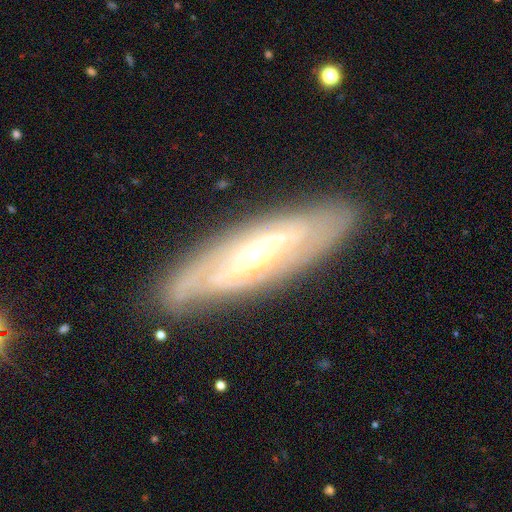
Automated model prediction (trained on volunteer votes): featured or disk 79%, smooth 15%, star or artifact 6%. Down the decision tree: edge-on disk — no (74%); bar — no (44%); spiral arms — yes (80%); bulge size — small (61%); merging — none (83%).